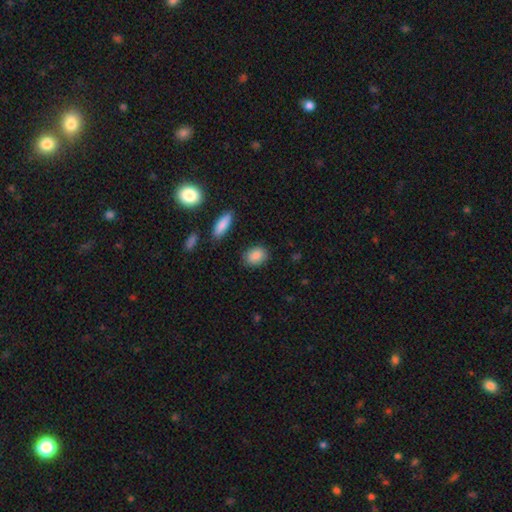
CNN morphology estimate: smooth-or-featured: smooth: 88% | star or artifact: 7% | featured or disk: 5%
  how-rounded: in between: 68% | round: 31% | cigar-shaped: 2%
  merging: none: 85% | minor disturbance: 11% | major disturbance: 3% | merger: 2%